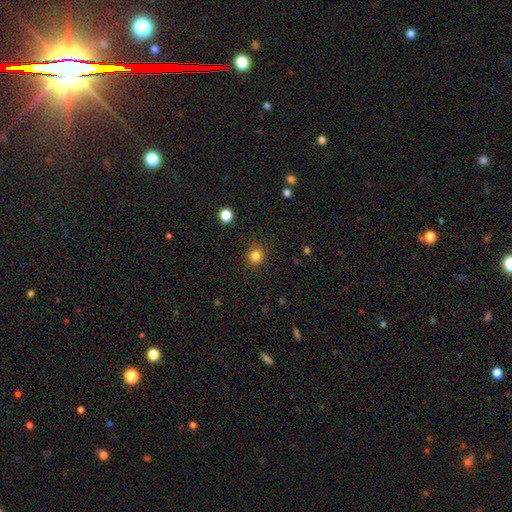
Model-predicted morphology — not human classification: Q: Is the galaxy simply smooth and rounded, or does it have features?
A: smooth — 82%.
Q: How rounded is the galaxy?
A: round — 88%.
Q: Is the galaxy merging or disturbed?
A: none — 88%.